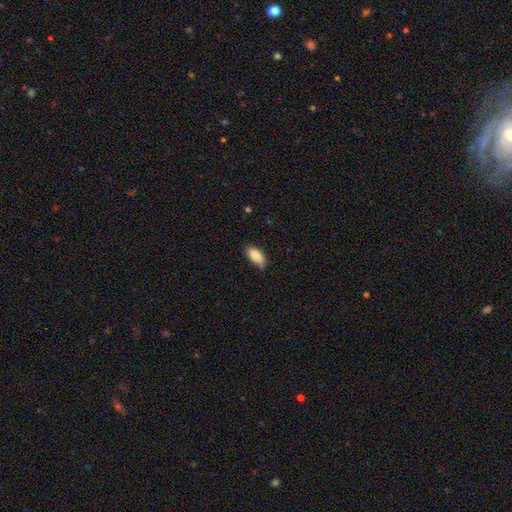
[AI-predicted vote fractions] smooth-or-featured: smooth: 86% | featured or disk: 8% | star or artifact: 7%
  how-rounded: in between: 92% | cigar-shaped: 5% | round: 2%
  merging: none: 70% | minor disturbance: 24% | major disturbance: 3% | merger: 2%